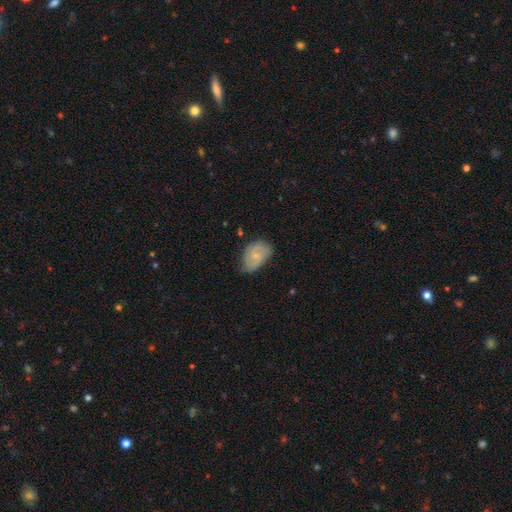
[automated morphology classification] A featured or disk galaxy (50%).

Vote fractions:
- Smooth or featured? featured or disk: 50% / smooth: 43% / star or artifact: 7%
- Merging? none: 57% / minor disturbance: 34% / major disturbance: 8% / merger: 2%